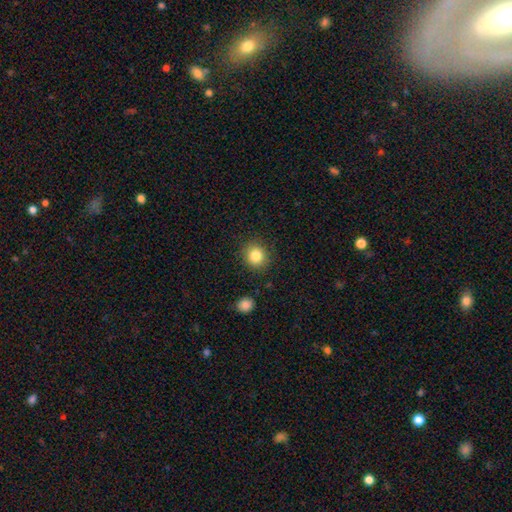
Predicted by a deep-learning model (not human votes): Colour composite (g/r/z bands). It shows a smooth galaxy with no disk features (84%) that is round (86%). Merging: none (88%).